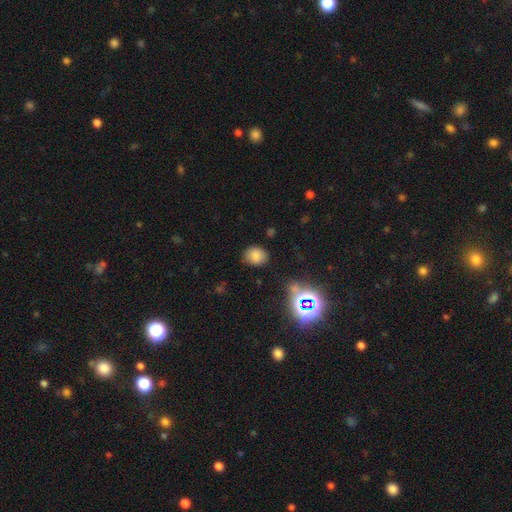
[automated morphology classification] Smooth or featured?
  - smooth: 77% *
  - star or artifact: 17%
  - featured or disk: 7%
How rounded?
  - round: 61% *
  - in between: 38%
  - cigar-shaped: 1%
Merging?
  - none: 80% *
  - minor disturbance: 14%
  - major disturbance: 4%
  - merger: 2%